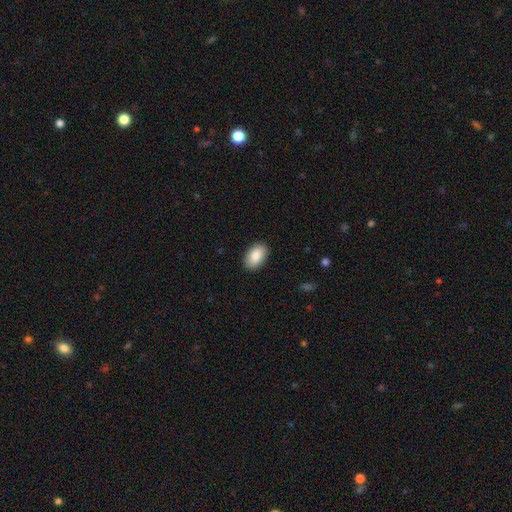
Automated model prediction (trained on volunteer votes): Smooth or featured: smooth — 86% (featured or disk — 8%)
How rounded: in between — 91% (round — 7%)
Merging: none — 89% (minor disturbance — 8%)